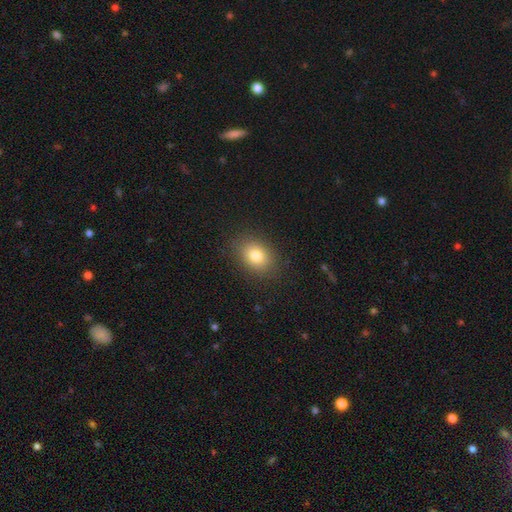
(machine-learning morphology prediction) A smooth galaxy with no disk features (80%) that is in between round and cigar-shaped (64%).

Vote fractions:
- Smooth or featured? smooth: 80% / star or artifact: 10% / featured or disk: 10%
- How rounded? in between: 64% / round: 35% / cigar-shaped: 1%
- Merging? none: 87% / minor disturbance: 9% / major disturbance: 3% / merger: 1%